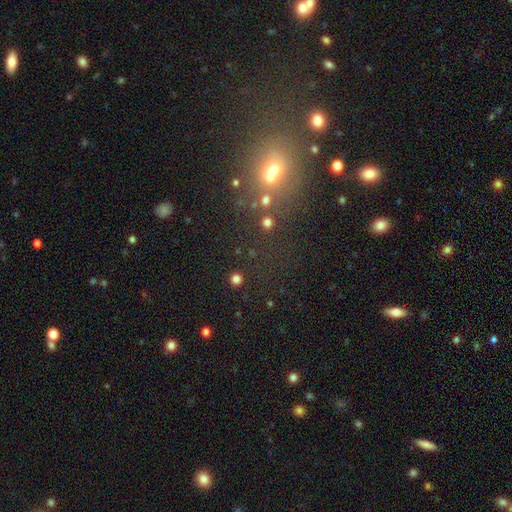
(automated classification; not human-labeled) Q: Smooth or featured?
A: smooth (45%); runner-up: star or artifact (42%)
Q: Merging?
A: none (65%); runner-up: minor disturbance (13%)